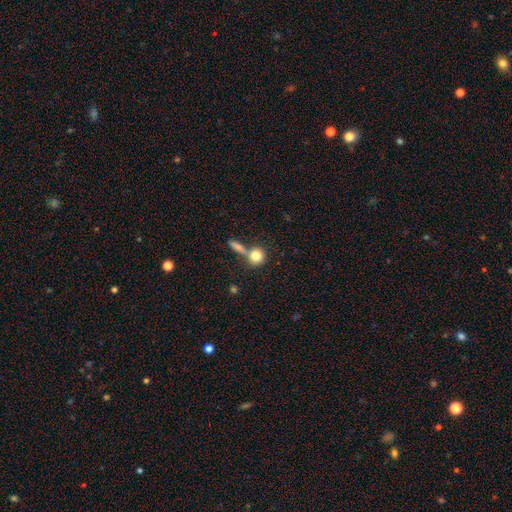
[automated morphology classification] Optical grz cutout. It shows a smooth galaxy with no disk features (81%) that is round (84%). Merging: none (52%).